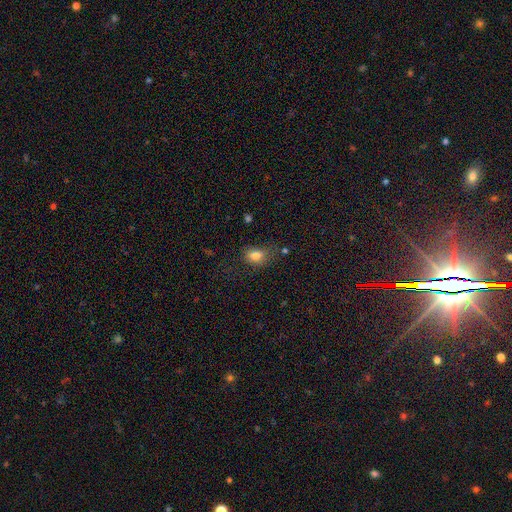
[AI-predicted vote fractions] smooth-or-featured: smooth: 80% | star or artifact: 11% | featured or disk: 9%
  how-rounded: in between: 73% | round: 25% | cigar-shaped: 2%
  merging: none: 56% | minor disturbance: 27% | major disturbance: 13% | merger: 4%